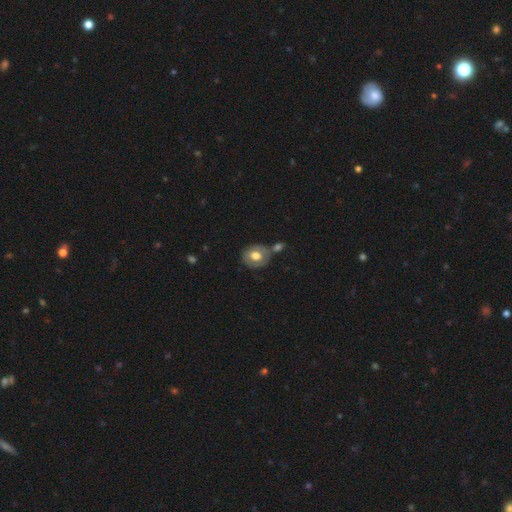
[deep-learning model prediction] smooth-or-featured: smooth: 57% | featured or disk: 36% | star or artifact: 7%
  how-rounded: round: 58% | in between: 41% | cigar-shaped: 1%
  merging: none: 57% | merger: 22% | minor disturbance: 16% | major disturbance: 5%